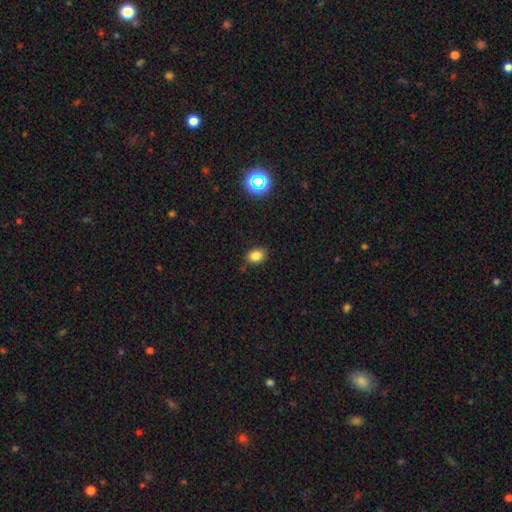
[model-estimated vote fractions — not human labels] smooth 81%, star or artifact 13%, featured or disk 6%. Down the decision tree: how rounded — in between (58%); merging — none (83%).